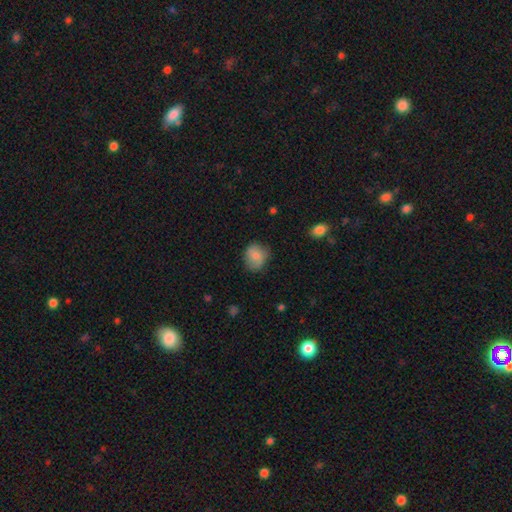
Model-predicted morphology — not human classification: smooth_or_featured: smooth (p=0.80) [alt: featured or disk p=0.12]
how_rounded: round (p=0.68) [alt: in between p=0.31]
merging: none (p=0.69) [alt: minor disturbance p=0.24]